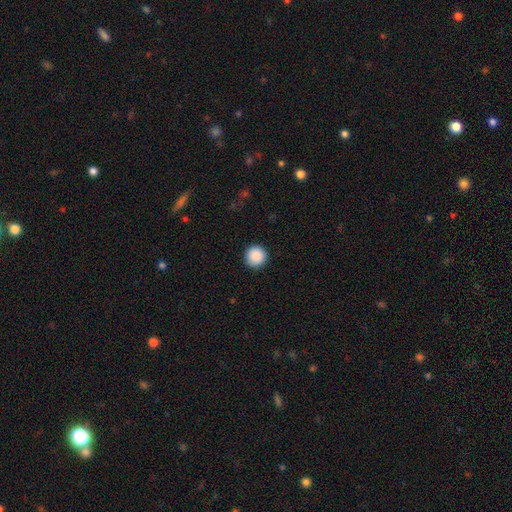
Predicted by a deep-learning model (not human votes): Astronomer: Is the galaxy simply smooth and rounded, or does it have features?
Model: smooth — 89%.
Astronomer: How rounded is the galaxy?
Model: round — 96%.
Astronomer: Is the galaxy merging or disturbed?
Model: none — 92%.